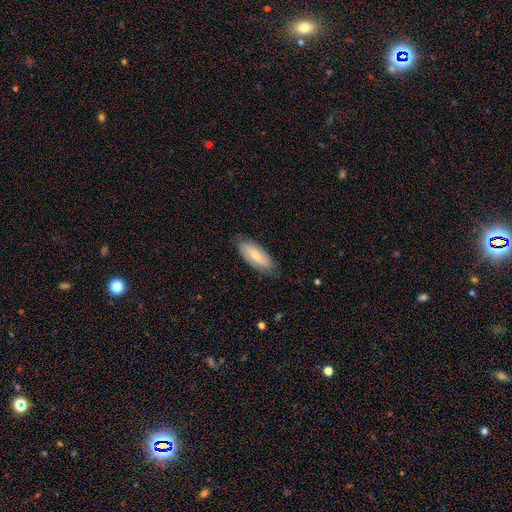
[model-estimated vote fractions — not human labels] This is possibly a smooth galaxy (59%). How rounded: likely in between (78%). Merging: likely none (80%).